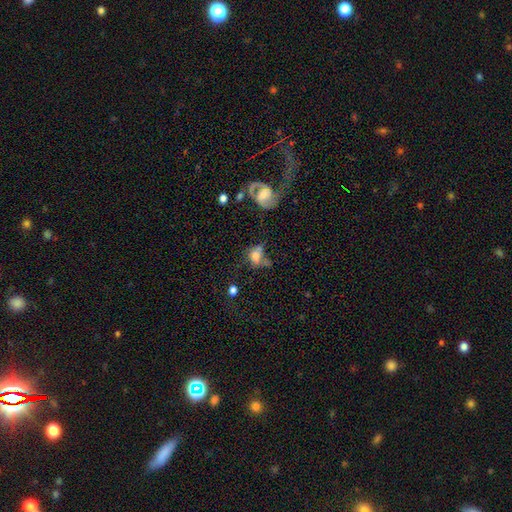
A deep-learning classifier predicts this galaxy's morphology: This appears to be a smooth galaxy with no disk features (63%) that is in between round and cigar-shaped (53%). Merging: none (34%).